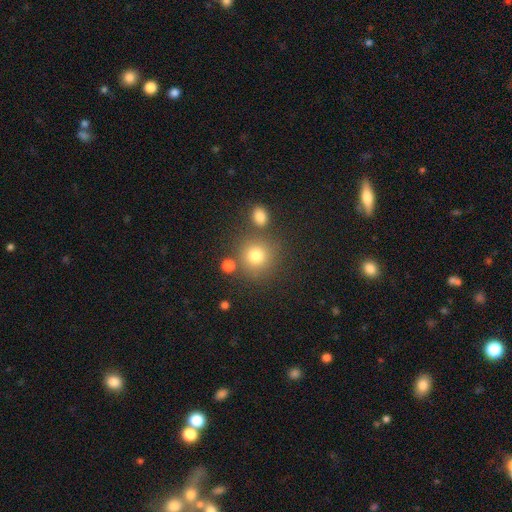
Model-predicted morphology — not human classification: Smooth or featured: smooth — 79% (star or artifact — 13%)
How rounded: round — 90% (in between — 9%)
Merging: none — 76% (merger — 11%)